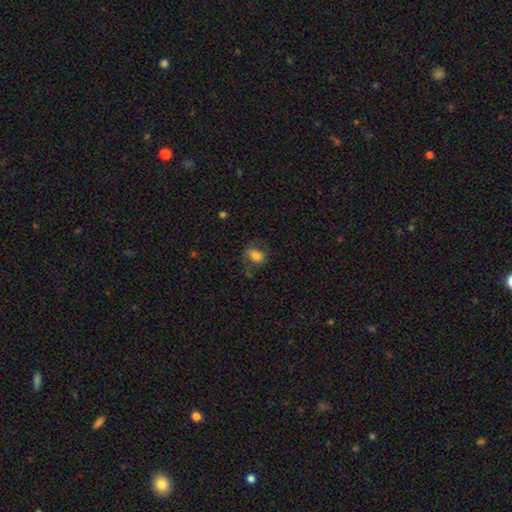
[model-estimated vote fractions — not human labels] Smooth or featured: smooth — 74% (featured or disk — 16%)
How rounded: in between — 70% (round — 29%)
Merging: none — 59% (minor disturbance — 23%)